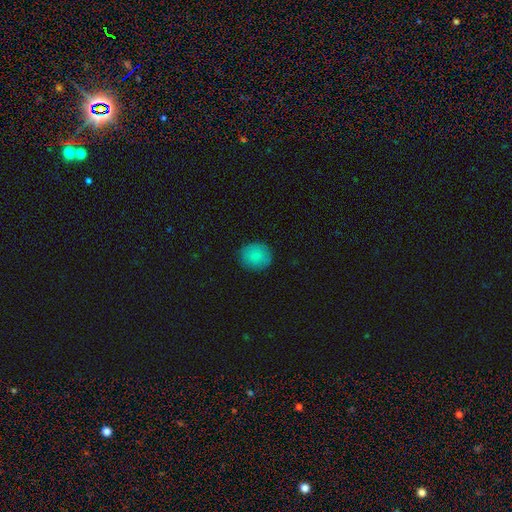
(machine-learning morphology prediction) type=smooth (85%); roundness=round (83%); merging=none (86%).